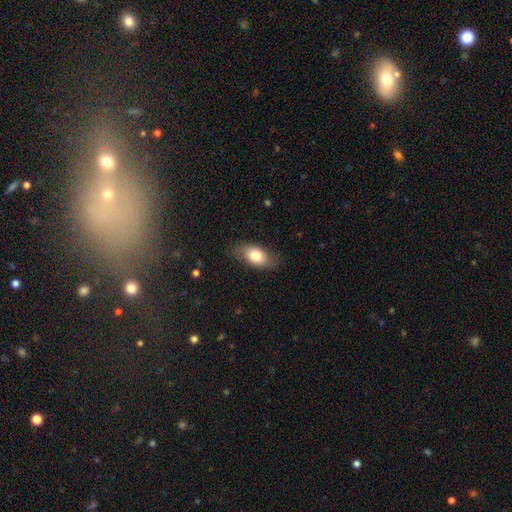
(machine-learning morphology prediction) This is likely a smooth galaxy (76%). How rounded: clearly in between (88%). Merging: likely none (78%).